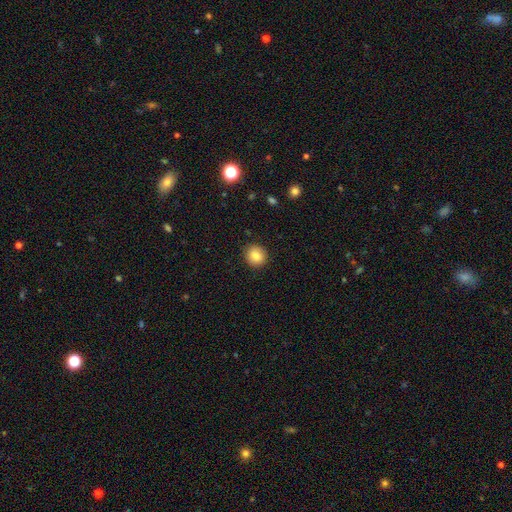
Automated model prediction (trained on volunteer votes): Smooth or featured: smooth — 84% (star or artifact — 9%)
How rounded: round — 87% (in between — 12%)
Merging: none — 91% (minor disturbance — 6%)